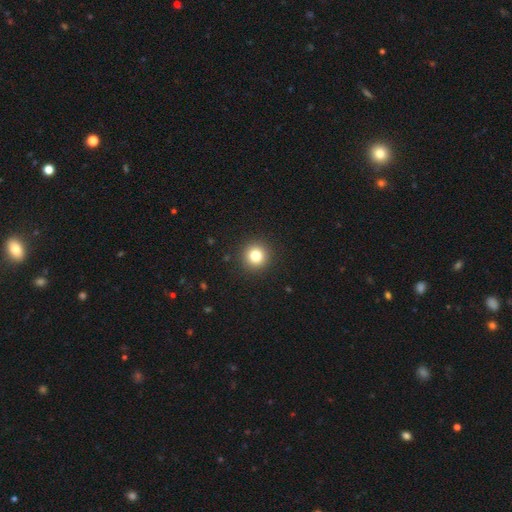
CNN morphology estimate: Q: Smooth or featured?
A: smooth (81%); runner-up: star or artifact (12%)
Q: How rounded?
A: round (95%); runner-up: in between (4%)
Q: Merging?
A: none (92%); runner-up: minor disturbance (5%)